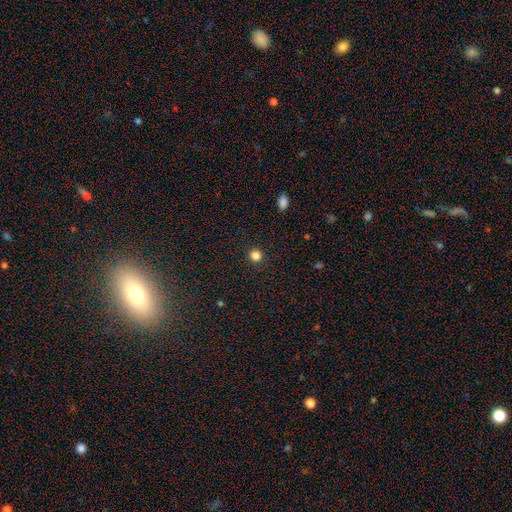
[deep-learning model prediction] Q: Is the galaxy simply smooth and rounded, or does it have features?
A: smooth — 84%.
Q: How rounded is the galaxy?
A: round — 93%.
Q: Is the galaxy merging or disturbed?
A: none — 93%.